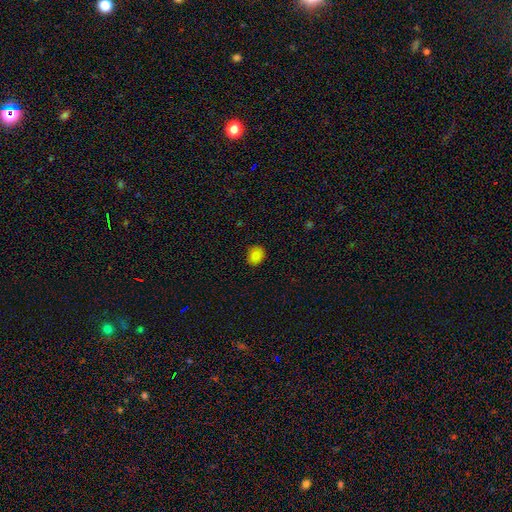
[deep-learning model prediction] Smooth or featured?
  - smooth: 84% *
  - star or artifact: 11%
  - featured or disk: 4%
How rounded?
  - round: 64% *
  - in between: 35%
  - cigar-shaped: 1%
Merging?
  - none: 86% *
  - minor disturbance: 11%
  - major disturbance: 2%
  - merger: 1%